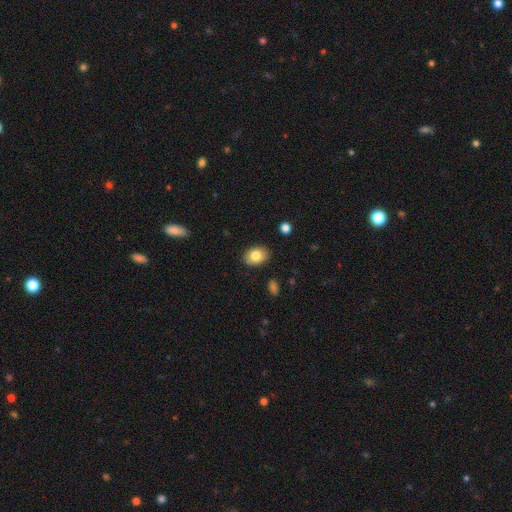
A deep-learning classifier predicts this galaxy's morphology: smooth_or_featured: smooth (p=0.81) [alt: featured or disk p=0.11]
how_rounded: in between (p=0.73) [alt: round p=0.26]
merging: none (p=0.87) [alt: minor disturbance p=0.10]